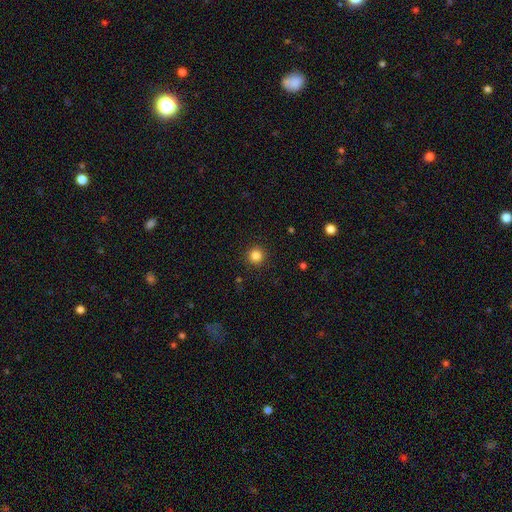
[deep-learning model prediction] A smooth galaxy with no disk features (84%) that is round (96%). Merging: none (93%).